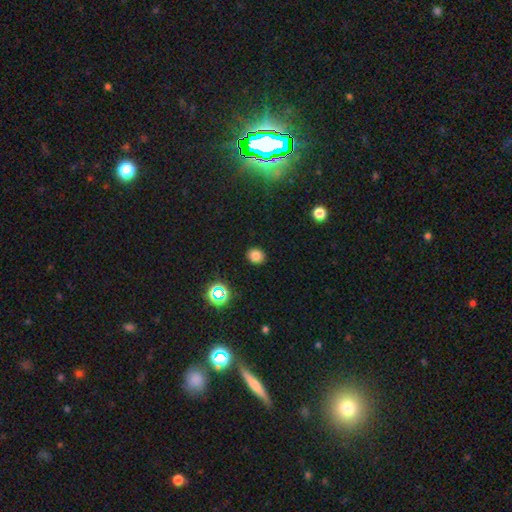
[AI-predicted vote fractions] Smooth or featured? Predicted: smooth (p=0.79). How rounded? Predicted: round (p=0.71). Merging? Predicted: none (p=0.89).